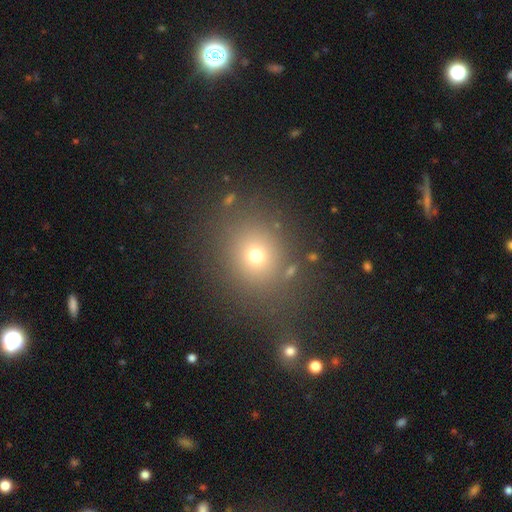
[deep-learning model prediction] A smooth galaxy with no disk features (69%) that is round (71%). Merging: none (77%).